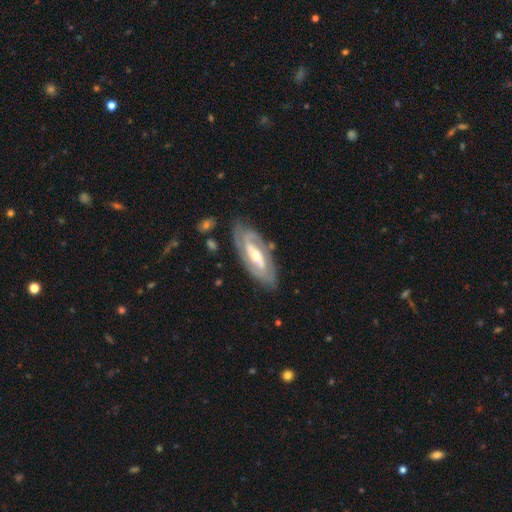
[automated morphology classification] smooth-or-featured: featured or disk: 85% | smooth: 11% | star or artifact: 5%
  disk-edge-on: no: 90% | yes: 10%
    bar: strong: 39% | weak: 35% | no: 26%
    has-spiral-arms: yes: 90% | no: 10%
      spiral-winding: tight: 57% | medium: 33% | loose: 10%
      spiral-arm-count: 2: 69% | can't tell: 18% | 3: 6% | 1: 3% | 4: 2% | more than 4: 2%
    bulge-size: moderate: 62% | small: 33% | large: 3% | none: 1% | dominant: 1%
  merging: none: 79% | minor disturbance: 15% | major disturbance: 4% | merger: 2%